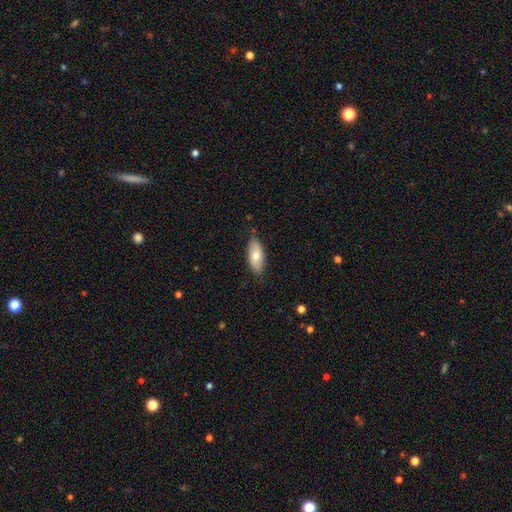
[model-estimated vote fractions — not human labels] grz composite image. It shows a smooth galaxy with no disk features (73%) that is in between round and cigar-shaped (86%). Merging: none (82%).